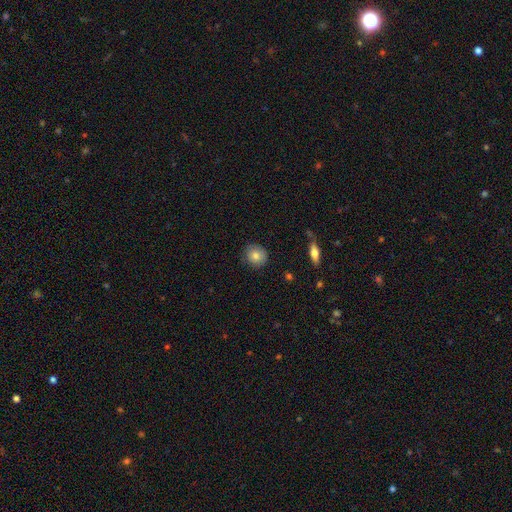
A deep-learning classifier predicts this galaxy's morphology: This appears to be a smooth galaxy with no disk features (79%) that is round (83%). Merging: none (84%).